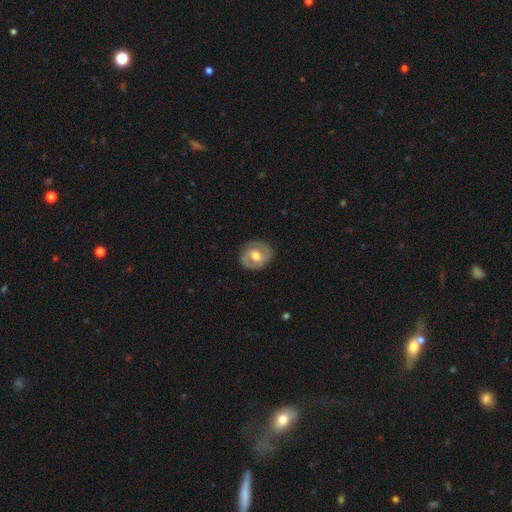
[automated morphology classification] Smooth or featured? featured or disk (63%)
Edge-on disk? no (96%)
Bar? weak (46%)
Spiral arms? yes (73%)
Bulge size? moderate (74%)
Merging? none (82%)